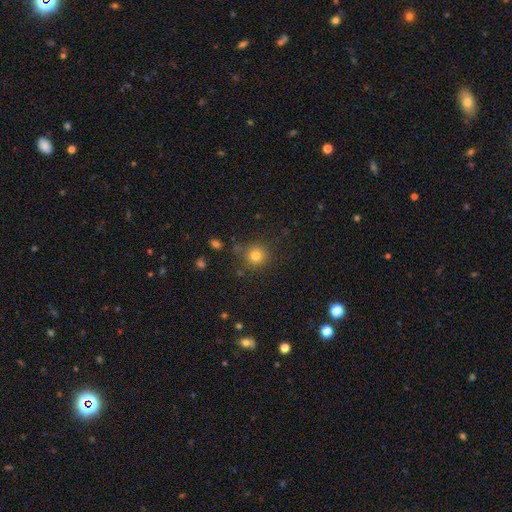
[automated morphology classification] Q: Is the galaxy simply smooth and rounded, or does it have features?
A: smooth — 79%.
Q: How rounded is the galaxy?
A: round — 93%.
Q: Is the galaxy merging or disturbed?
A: none — 83%.